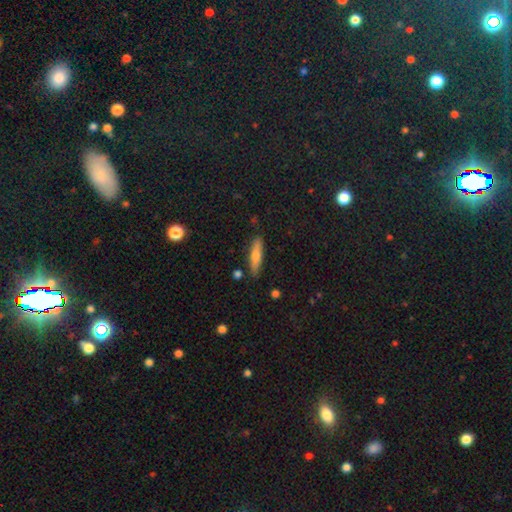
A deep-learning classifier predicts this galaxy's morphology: A smooth galaxy with no disk features (68%) that is cigar-shaped (80%).

Vote fractions:
- Smooth or featured? smooth: 68% / featured or disk: 25% / star or artifact: 7%
- How rounded? cigar-shaped: 80% / in between: 18% / round: 2%
- Merging? none: 86% / minor disturbance: 10% / merger: 2% / major disturbance: 2%